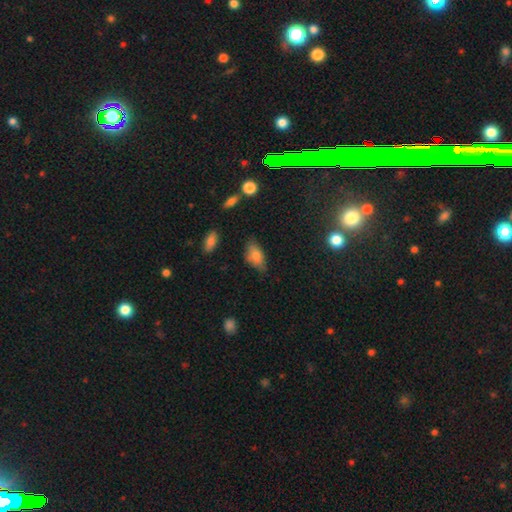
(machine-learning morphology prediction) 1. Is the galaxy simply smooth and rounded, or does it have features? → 78% smooth, 14% featured or disk, 8% star or artifact.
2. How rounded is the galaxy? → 90% in between, 6% cigar-shaped, 5% round.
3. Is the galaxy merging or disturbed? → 62% none, 30% minor disturbance, 6% major disturbance, 2% merger.